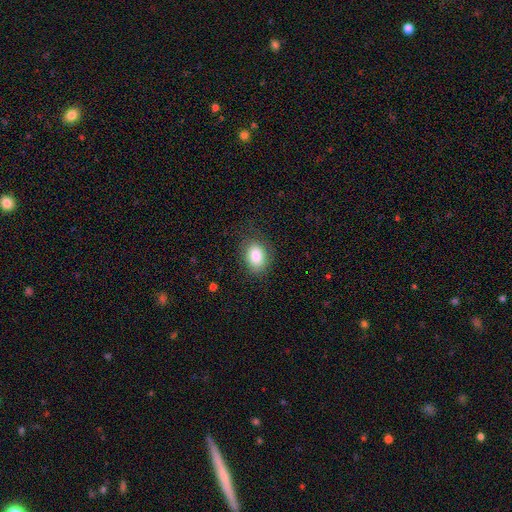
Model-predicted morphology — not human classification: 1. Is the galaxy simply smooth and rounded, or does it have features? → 85% smooth, 8% star or artifact, 7% featured or disk.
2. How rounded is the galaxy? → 80% in between, 19% round, 1% cigar-shaped.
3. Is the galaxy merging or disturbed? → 76% none, 17% minor disturbance, 6% major disturbance, 1% merger.